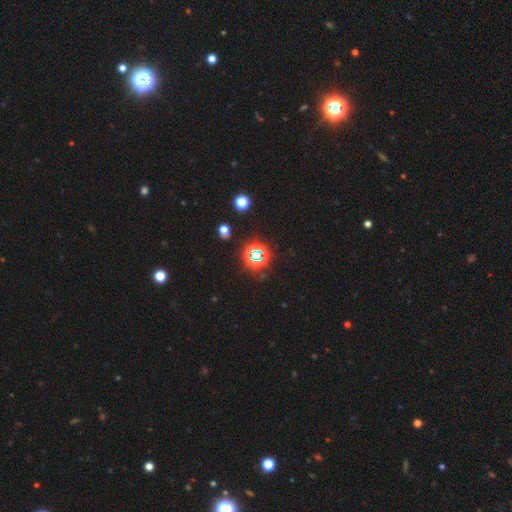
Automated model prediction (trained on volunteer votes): A star or artifact, not a galaxy (73%).

Vote fractions:
- Smooth or featured? star or artifact: 73% / smooth: 18% / featured or disk: 9%